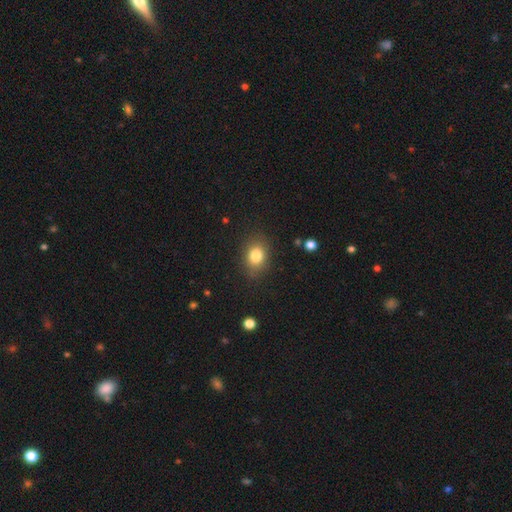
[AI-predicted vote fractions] A smooth galaxy with no disk features (81%) that is in between round and cigar-shaped (56%). Merging: none (84%).